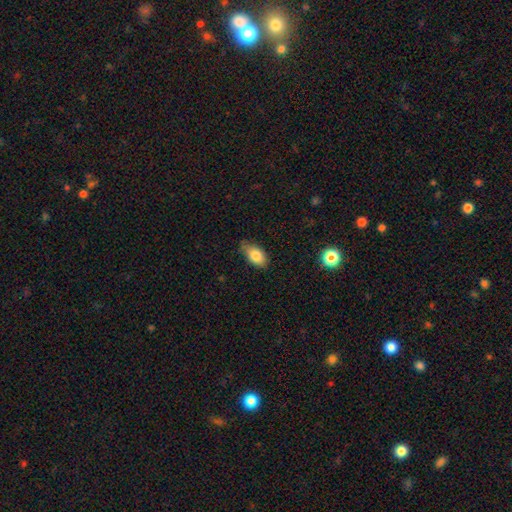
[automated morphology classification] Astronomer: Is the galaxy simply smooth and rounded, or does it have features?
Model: smooth — 82%.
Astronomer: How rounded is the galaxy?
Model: in between — 90%.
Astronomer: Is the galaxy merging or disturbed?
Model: none — 68%.